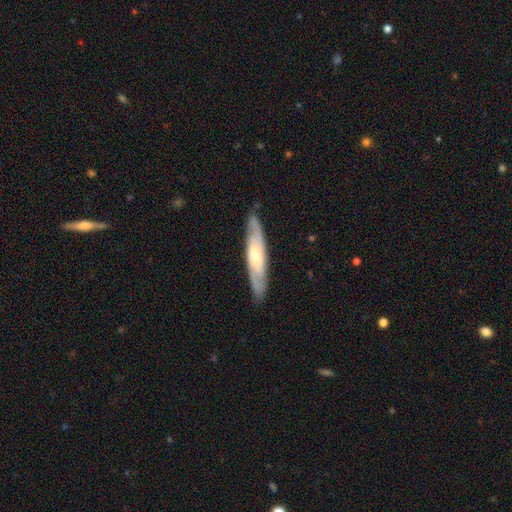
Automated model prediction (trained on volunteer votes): A featured or disk galaxy (72%). Merging: none (86%).